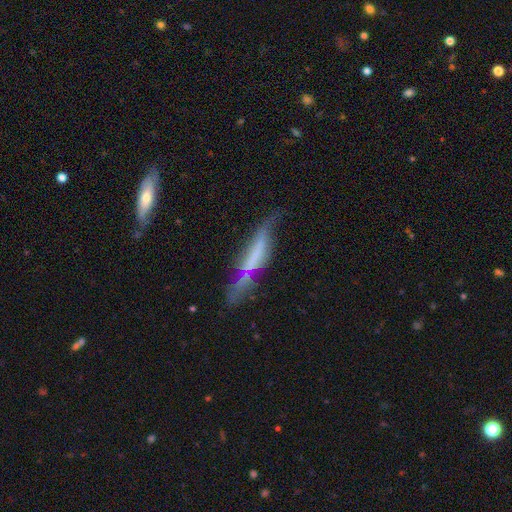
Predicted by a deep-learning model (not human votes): Smooth or featured?
  - featured or disk: 53% *
  - smooth: 37%
  - star or artifact: 10%
Edge-on disk?
  - yes: 72% *
  - no: 28%
Merging?
  - none: 47% *
  - minor disturbance: 31%
  - major disturbance: 15%
  - merger: 7%